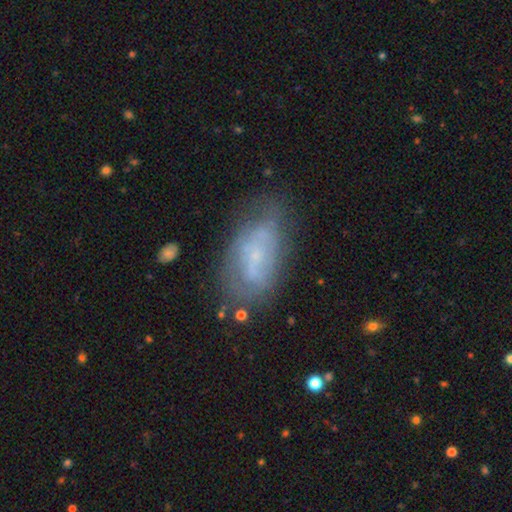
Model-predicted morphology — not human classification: featured or disk 55%, smooth 35%, star or artifact 10%. Down the decision tree: edge-on disk — no (93%); bar — no (65%); spiral arms — yes (53%); bulge size — small (58%); merging — none (58%).